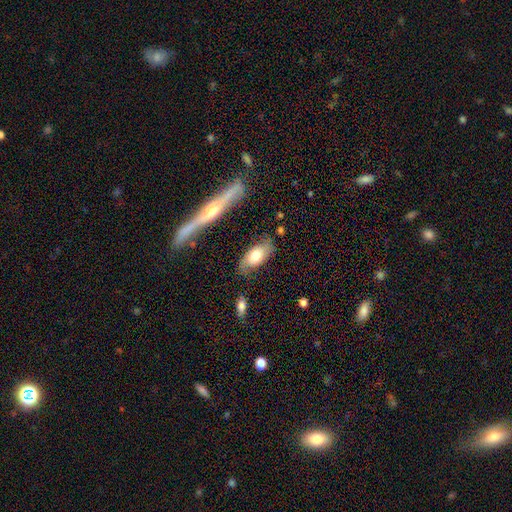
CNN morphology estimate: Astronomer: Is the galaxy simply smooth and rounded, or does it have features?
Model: smooth — 59% (runner-up: featured or disk, 35%).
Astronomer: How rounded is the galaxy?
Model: in between — 91%.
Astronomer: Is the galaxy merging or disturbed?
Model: none — 71%.